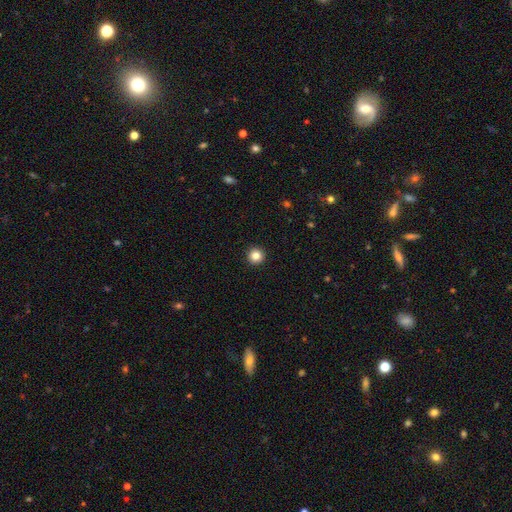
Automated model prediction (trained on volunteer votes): smooth 84%, star or artifact 11%, featured or disk 5%. Down the decision tree: how rounded — round (96%); merging — none (94%).